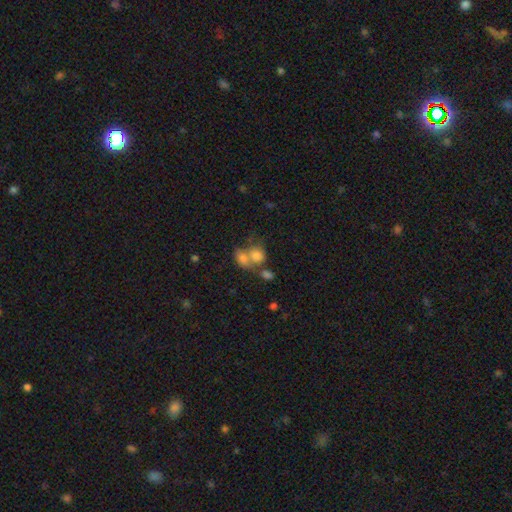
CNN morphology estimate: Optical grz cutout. It shows a smooth galaxy with no disk features (77%) that is round (58%). Merging: merger (59%).